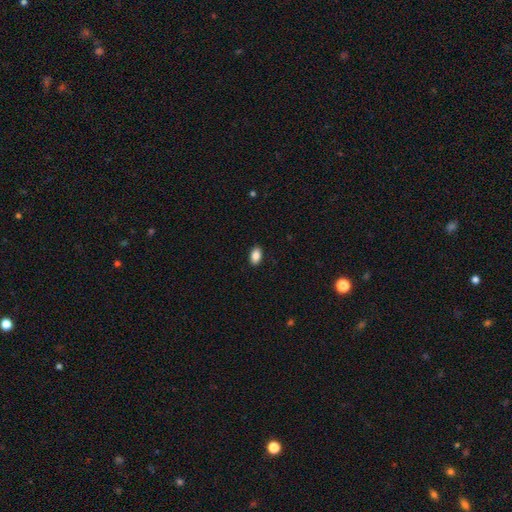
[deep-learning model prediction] Q: Smooth or featured?
A: smooth (87%); runner-up: star or artifact (8%)
Q: How rounded?
A: in between (91%); runner-up: round (7%)
Q: Merging?
A: none (90%); runner-up: minor disturbance (8%)